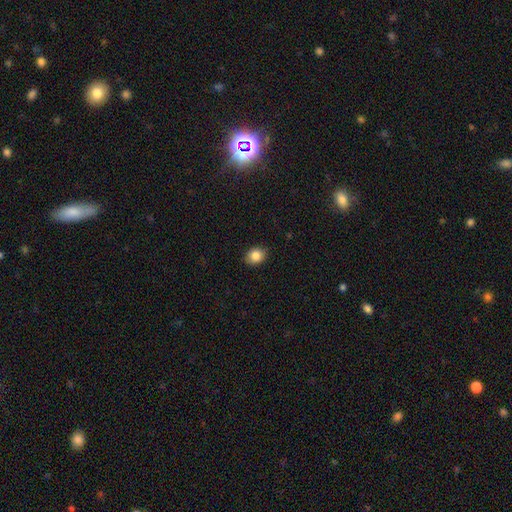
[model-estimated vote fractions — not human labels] Smooth or featured?
  - smooth: 85% *
  - star or artifact: 9%
  - featured or disk: 6%
How rounded?
  - in between: 58% *
  - round: 41%
  - cigar-shaped: 1%
Merging?
  - none: 88% *
  - minor disturbance: 9%
  - major disturbance: 2%
  - merger: 1%